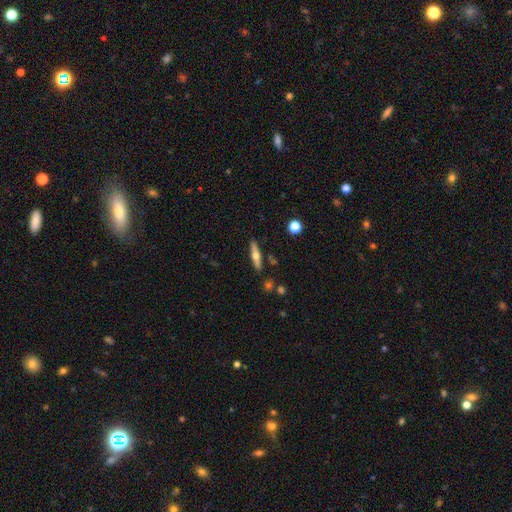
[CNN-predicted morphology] Q: Smooth or featured?
A: featured or disk (55%); runner-up: smooth (38%)
Q: Edge-on disk?
A: yes (93%); runner-up: no (7%)
Q: Edge-on bulge?
A: rounded (93%); runner-up: none (4%)
Q: Merging?
A: none (86%); runner-up: minor disturbance (9%)